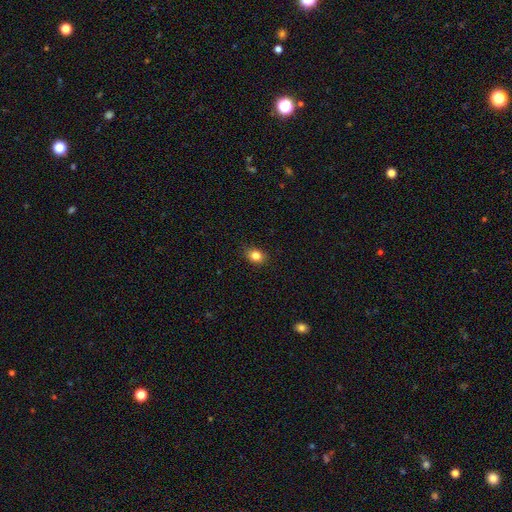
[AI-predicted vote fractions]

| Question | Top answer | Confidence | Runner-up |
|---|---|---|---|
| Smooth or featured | smooth | 83% | star or artifact (11%) |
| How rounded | in between | 51% | round (47%) |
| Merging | none | 86% | minor disturbance (11%) |